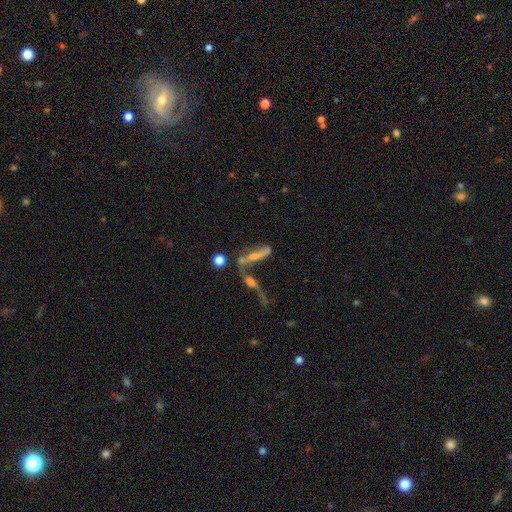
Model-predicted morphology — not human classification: Smooth or featured? Predicted: featured or disk (p=0.55). Edge-on disk? Predicted: no (p=0.58). Merging? Predicted: merger (p=0.53).